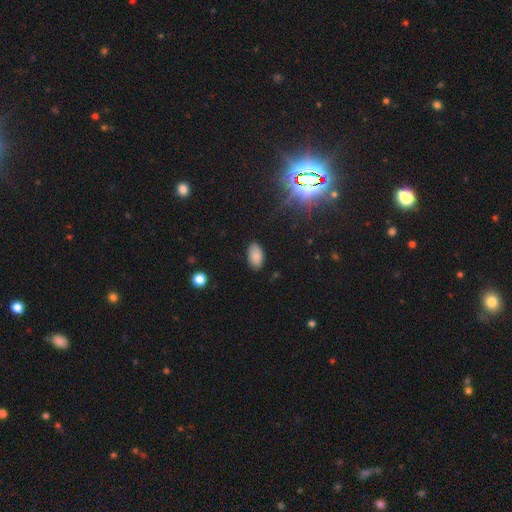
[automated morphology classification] Smooth or featured: smooth — 85% (star or artifact — 10%)
How rounded: in between — 94% (round — 4%)
Merging: none — 85% (minor disturbance — 11%)